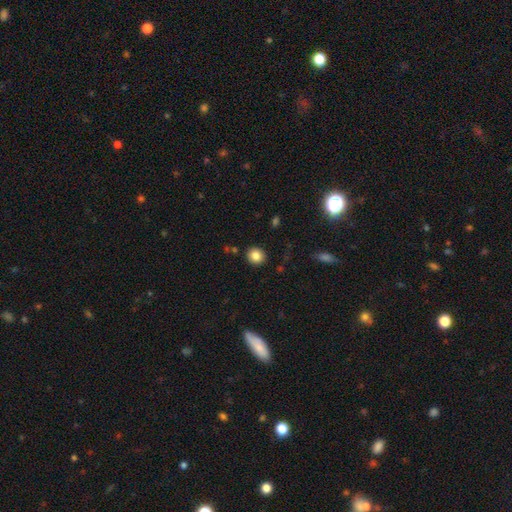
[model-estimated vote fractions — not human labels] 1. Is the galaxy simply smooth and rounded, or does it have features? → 84% smooth, 10% star or artifact, 6% featured or disk.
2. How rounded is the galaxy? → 83% round, 16% in between, 1% cigar-shaped.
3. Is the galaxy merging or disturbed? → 89% none, 7% minor disturbance, 2% major disturbance, 2% merger.